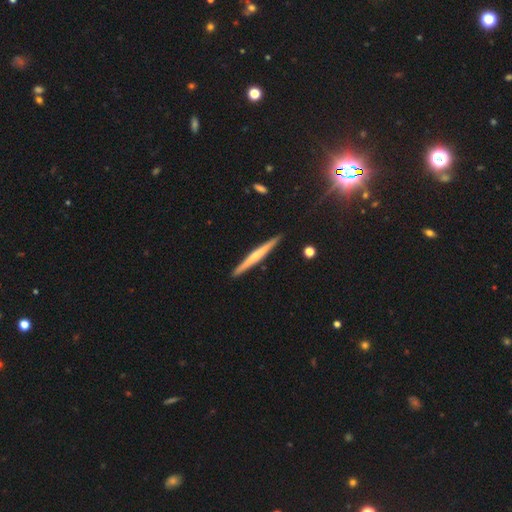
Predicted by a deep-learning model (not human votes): featured or disk 57%, smooth 38%, star or artifact 6%. Down the decision tree: edge-on disk — yes (98%); edge-on bulge — none (52%); merging — none (91%).